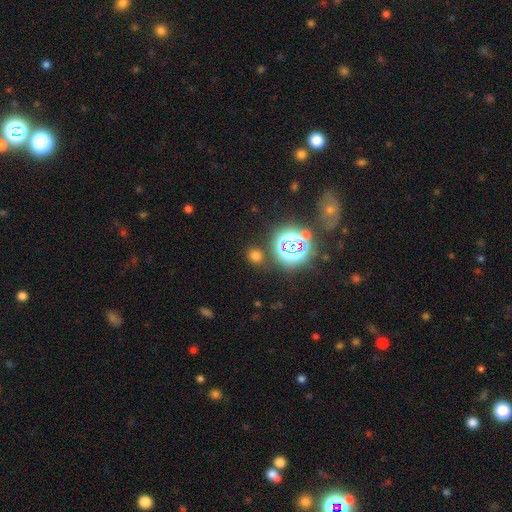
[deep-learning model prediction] A smooth galaxy with no disk features (59%) that is round (78%). Merging: none (84%).